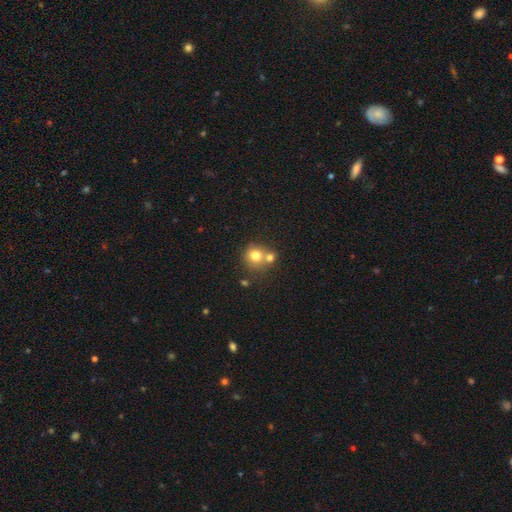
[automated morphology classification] smooth-or-featured: smooth: 75% | featured or disk: 13% | star or artifact: 12%
  how-rounded: round: 86% | in between: 13% | cigar-shaped: 1%
  merging: none: 47% | merger: 41% | minor disturbance: 8% | major disturbance: 3%